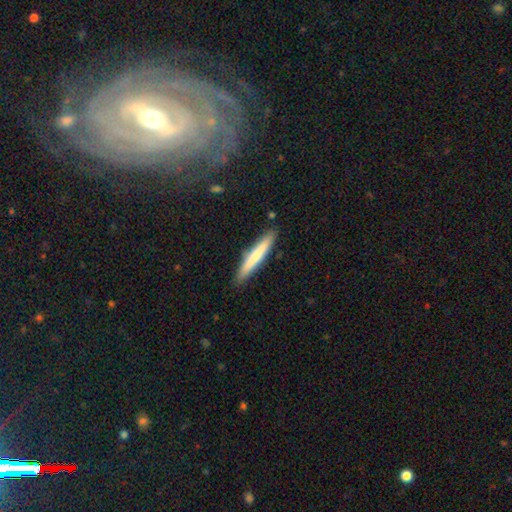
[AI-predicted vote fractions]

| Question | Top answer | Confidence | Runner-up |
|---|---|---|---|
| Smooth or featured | smooth | 65% | featured or disk (30%) |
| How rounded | cigar-shaped | 94% | in between (5%) |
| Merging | none | 88% | minor disturbance (8%) |